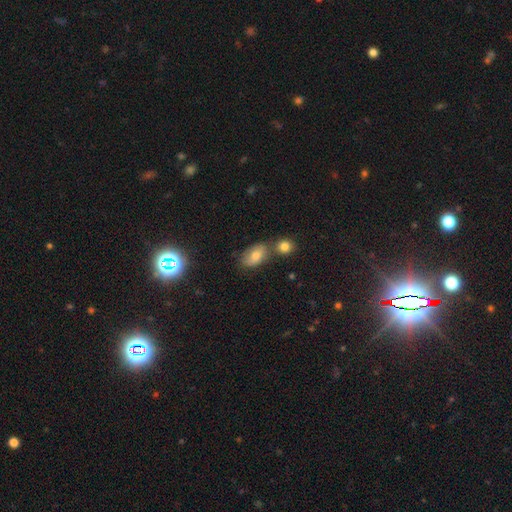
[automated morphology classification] A smooth galaxy with no disk features (73%) that is in between round and cigar-shaped (89%). Merging: none (51%).